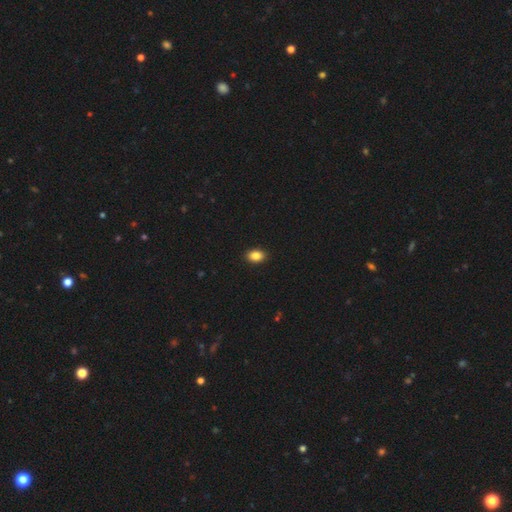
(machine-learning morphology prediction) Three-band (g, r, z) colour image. It shows a smooth galaxy with no disk features (87%) that is in between round and cigar-shaped (83%). Merging: none (91%).